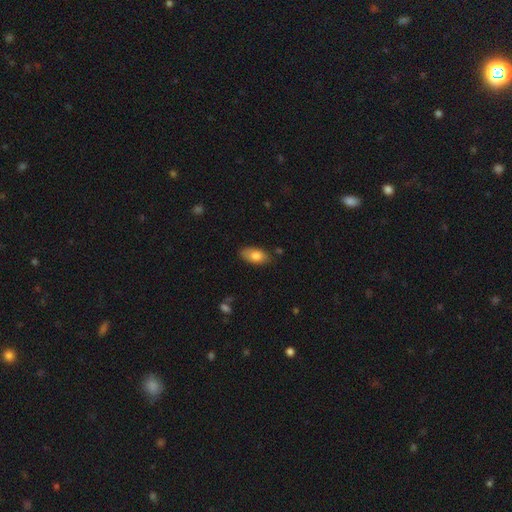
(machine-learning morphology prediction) smooth 81%, featured or disk 12%, star or artifact 7%. Down the decision tree: how rounded — in between (91%); merging — none (80%).